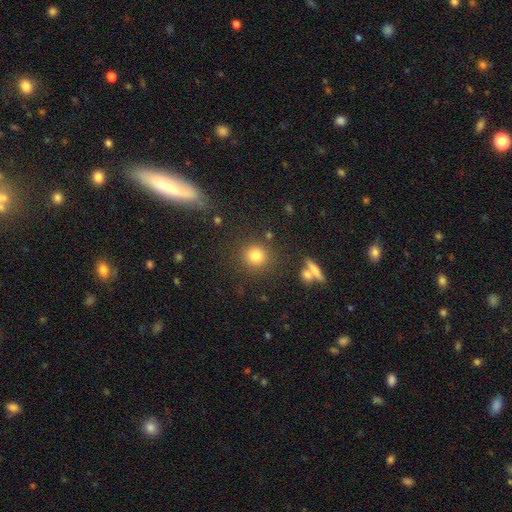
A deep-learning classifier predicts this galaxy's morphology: smooth-or-featured: smooth: 80% | star or artifact: 13% | featured or disk: 7%
  how-rounded: round: 91% | in between: 8% | cigar-shaped: 1%
  merging: none: 83% | minor disturbance: 8% | merger: 5% | major disturbance: 4%